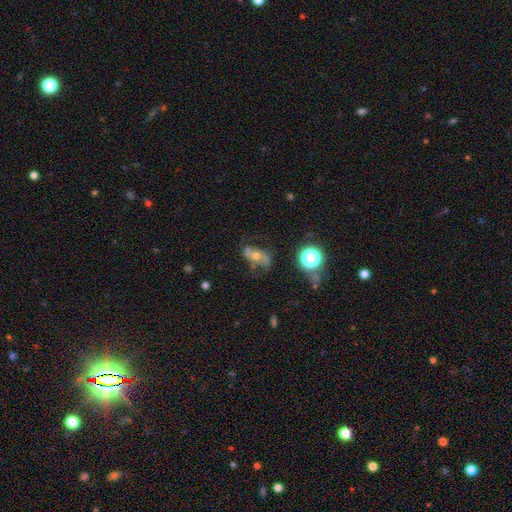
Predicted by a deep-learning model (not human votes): This is possibly a featured or disk galaxy (52%). It is clearly not viewed edge-on (90%). Merging: possibly none (52%).